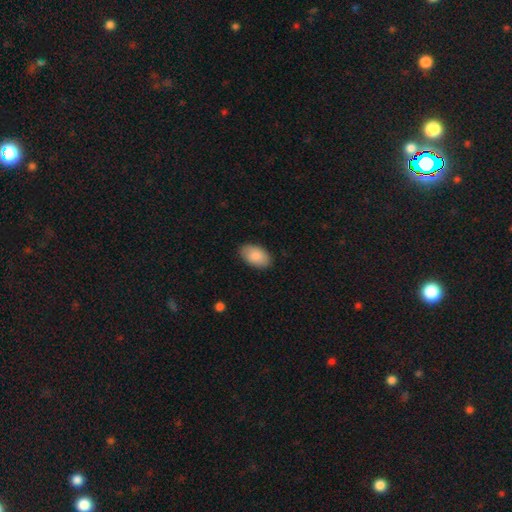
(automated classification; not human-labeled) A smooth galaxy with no disk features (89%) that is in between round and cigar-shaped (95%).

Vote fractions:
- Smooth or featured? smooth: 89% / featured or disk: 6% / star or artifact: 6%
- How rounded? in between: 95% / round: 4% / cigar-shaped: 1%
- Merging? none: 87% / minor disturbance: 10% / major disturbance: 2% / merger: 1%